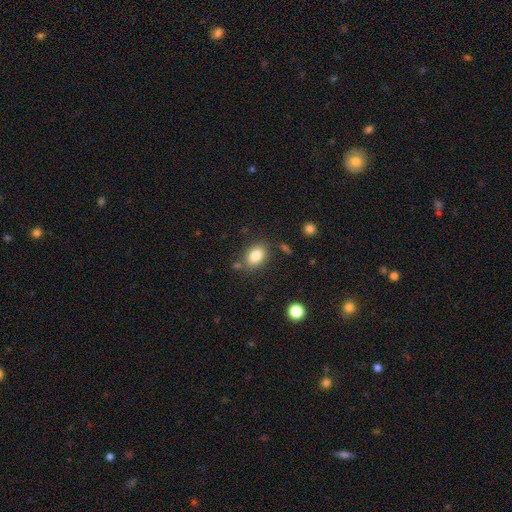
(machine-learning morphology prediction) Smooth or featured? smooth (82%)
How rounded? in between (77%)
Merging? none (78%)